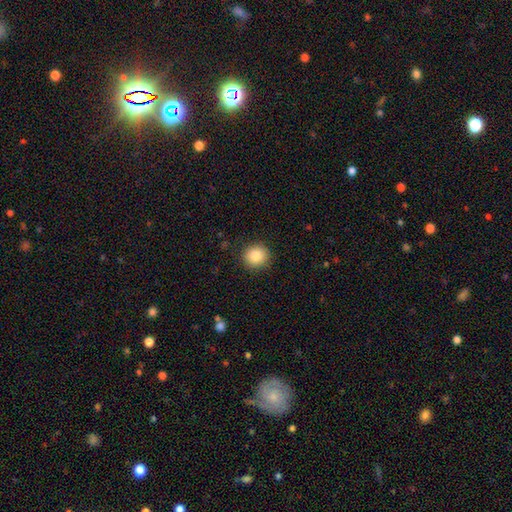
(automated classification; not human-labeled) Smooth or featured? Predicted: smooth (p=0.84). How rounded? Predicted: round (p=0.89). Merging? Predicted: none (p=0.90).